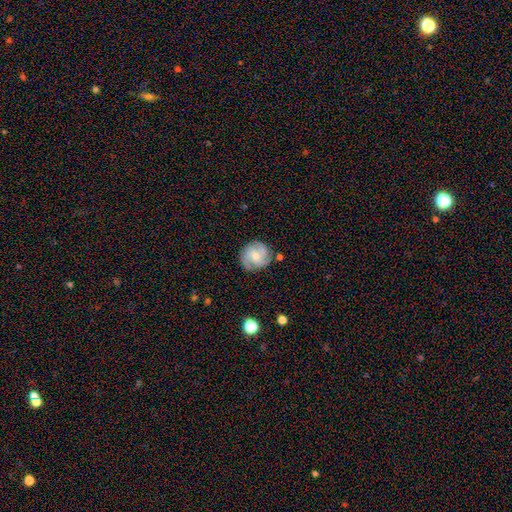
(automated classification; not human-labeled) This is likely a featured or disk galaxy (72%). It is clearly not viewed edge-on (98%). Bar: likely no (67%). Spiral arm pattern: clearly yes (95%). Spiral arm count: possibly 3 (48%). Spiral winding: possibly tight (50%). Central bulge: possibly small (48%). Merging: likely none (80%).